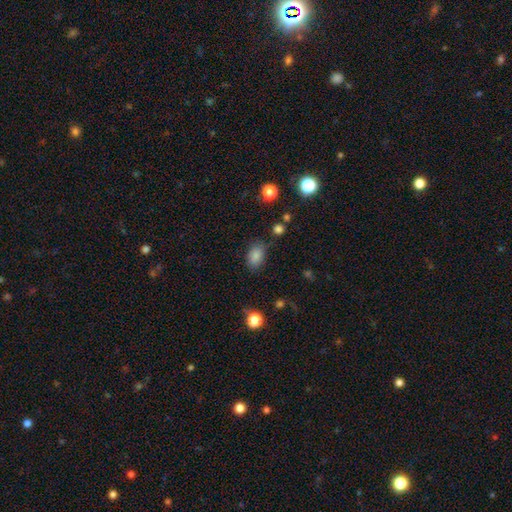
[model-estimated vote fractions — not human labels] Smooth or featured?
  - smooth: 84% *
  - star or artifact: 10%
  - featured or disk: 6%
How rounded?
  - in between: 85% *
  - round: 14%
  - cigar-shaped: 1%
Merging?
  - none: 74% *
  - minor disturbance: 19%
  - major disturbance: 5%
  - merger: 3%